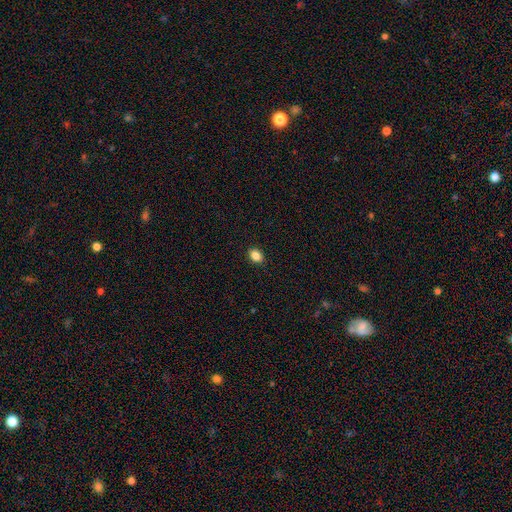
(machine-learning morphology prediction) smooth 86%, star or artifact 10%, featured or disk 4%. Down the decision tree: how rounded — in between (70%); merging — none (91%).